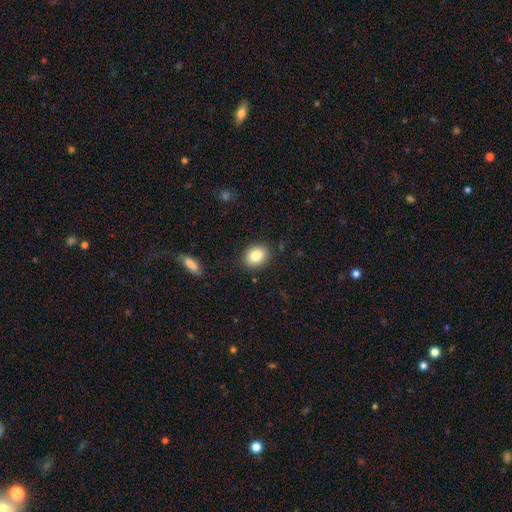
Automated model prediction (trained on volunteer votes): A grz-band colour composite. It shows a smooth galaxy with no disk features (84%) that is in between round and cigar-shaped (63%). Merging: none (87%).